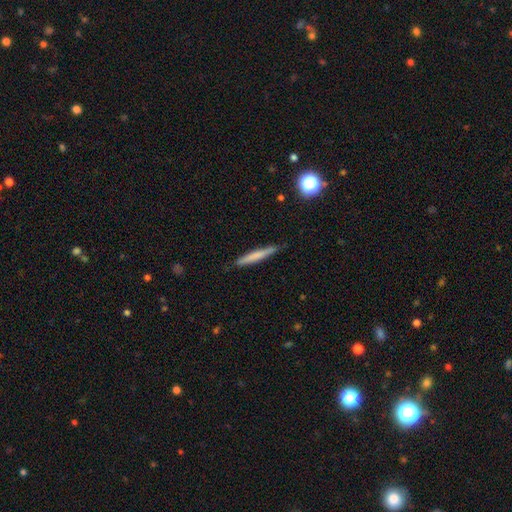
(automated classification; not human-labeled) This appears to be a smooth galaxy with no disk features (66%) that is cigar-shaped (95%). Merging: none (87%).